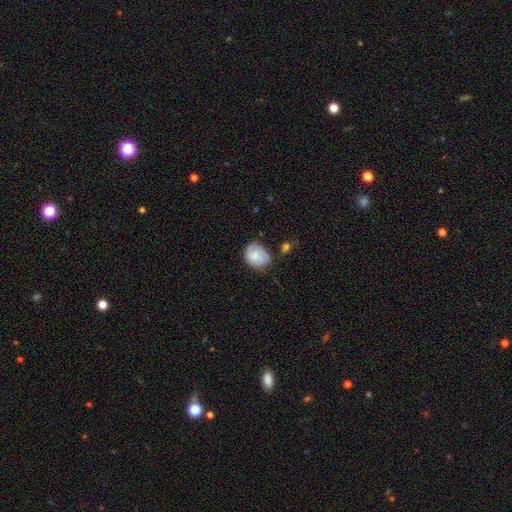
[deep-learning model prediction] smooth_or_featured: smooth (p=0.53) [alt: featured or disk p=0.39]
how_rounded: round (p=0.50) [alt: in between p=0.49]
merging: none (p=0.56) [alt: minor disturbance p=0.30]